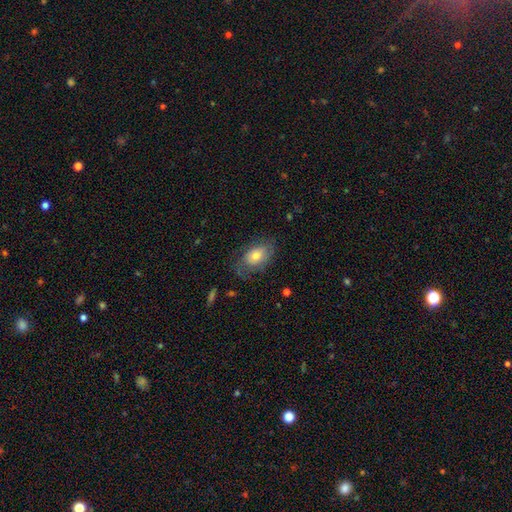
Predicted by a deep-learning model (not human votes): Q: Smooth or featured?
A: smooth (63%); runner-up: featured or disk (29%)
Q: How rounded?
A: in between (87%); runner-up: round (12%)
Q: Merging?
A: none (62%); runner-up: minor disturbance (24%)